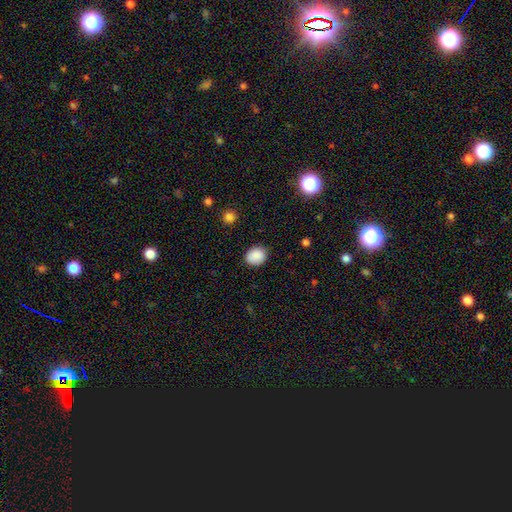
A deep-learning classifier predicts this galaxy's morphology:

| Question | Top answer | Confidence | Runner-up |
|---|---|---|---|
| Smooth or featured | smooth | 89% | star or artifact (8%) |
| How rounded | round | 57% | in between (42%) |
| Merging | none | 86% | minor disturbance (10%) |